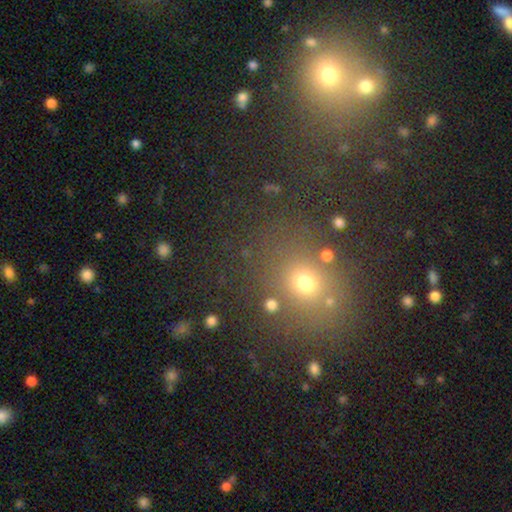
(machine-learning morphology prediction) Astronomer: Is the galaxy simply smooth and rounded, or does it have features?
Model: smooth — 50% (runner-up: star or artifact, 41%).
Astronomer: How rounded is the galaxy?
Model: round — 72%.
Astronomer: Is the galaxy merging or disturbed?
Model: none — 75%.